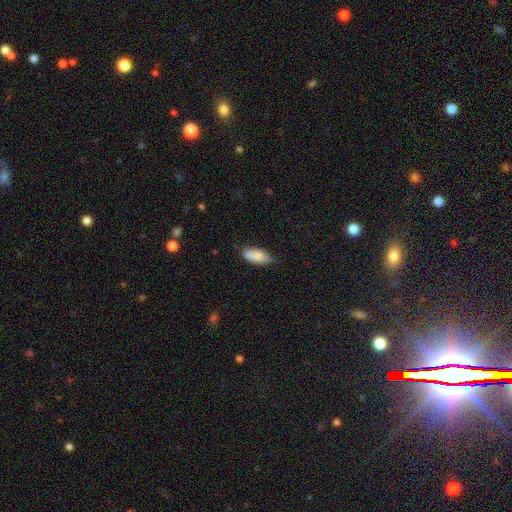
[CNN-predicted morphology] A smooth galaxy with no disk features (85%) that is in between round and cigar-shaped (83%). Merging: none (73%).